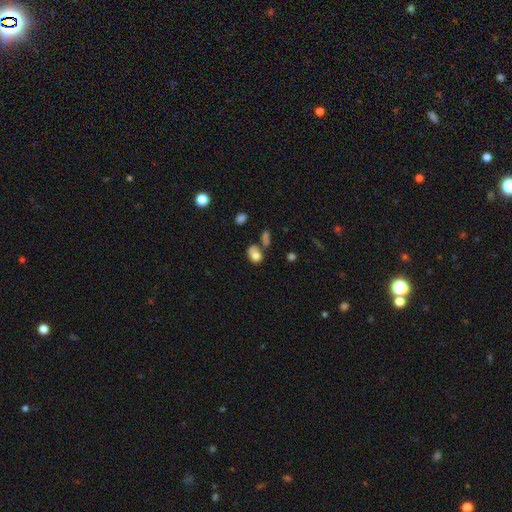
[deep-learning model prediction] The model was most divided on "merging": none: 42%, minor disturbance: 23%, merger: 23%, major disturbance: 11%. More confident: smooth or featured — smooth (76%); how rounded — in between (63%).